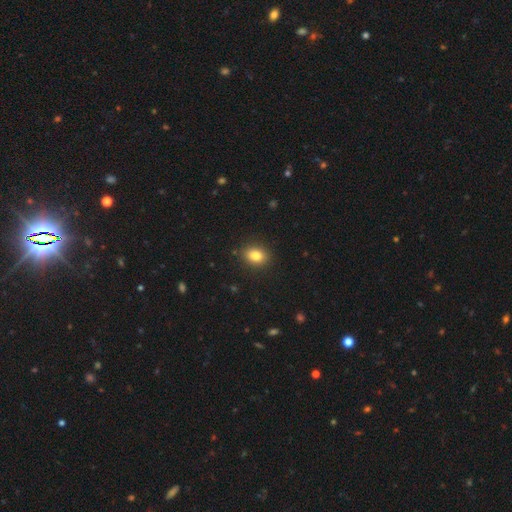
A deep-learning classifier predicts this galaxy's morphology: A smooth galaxy with no disk features (82%) that is in between round and cigar-shaped (61%). Merging: none (89%).